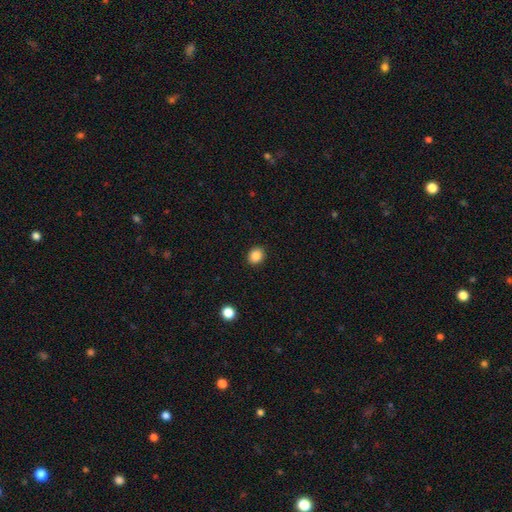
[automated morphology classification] A smooth galaxy with no disk features (87%) that is round (67%). Merging: none (91%).